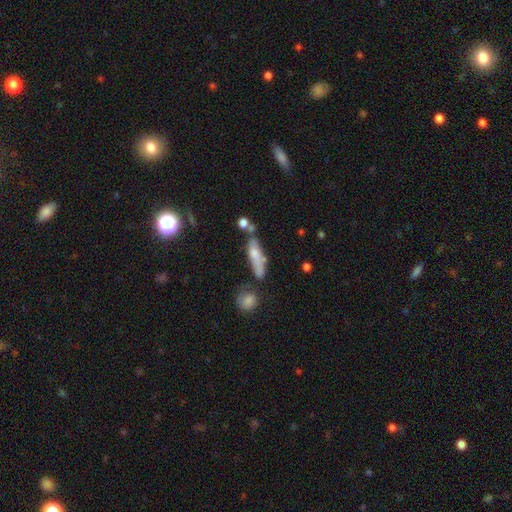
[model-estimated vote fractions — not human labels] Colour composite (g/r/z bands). It shows a smooth galaxy with no disk features (59%) that is cigar-shaped (63%). Merging: none (42%).